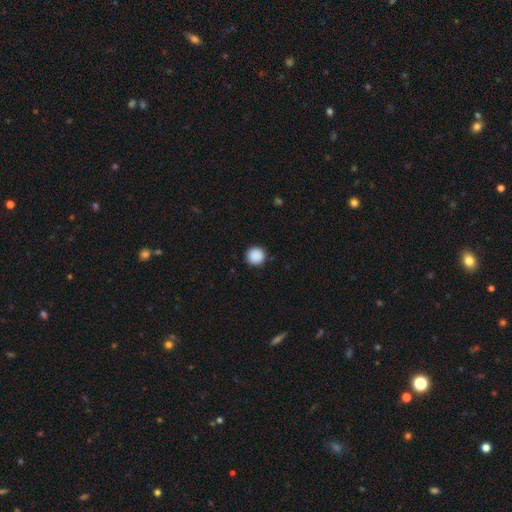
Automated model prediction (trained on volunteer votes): Smooth or featured?
  - smooth: 89% *
  - star or artifact: 9%
  - featured or disk: 2%
How rounded?
  - round: 96% *
  - in between: 3%
  - cigar-shaped: 1%
Merging?
  - none: 92% *
  - minor disturbance: 5%
  - major disturbance: 2%
  - merger: 1%